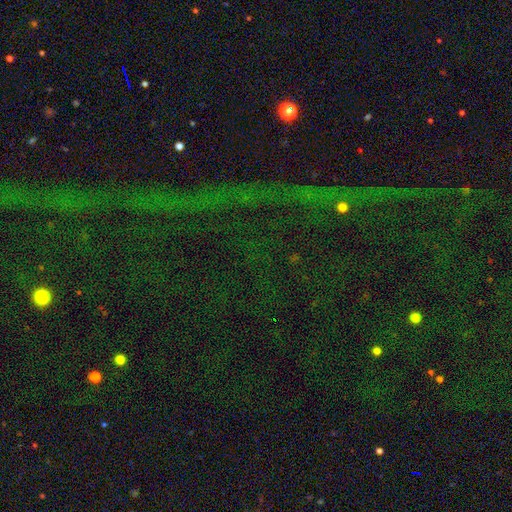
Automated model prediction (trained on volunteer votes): This appears to be a star or artifact, not a galaxy (86%).